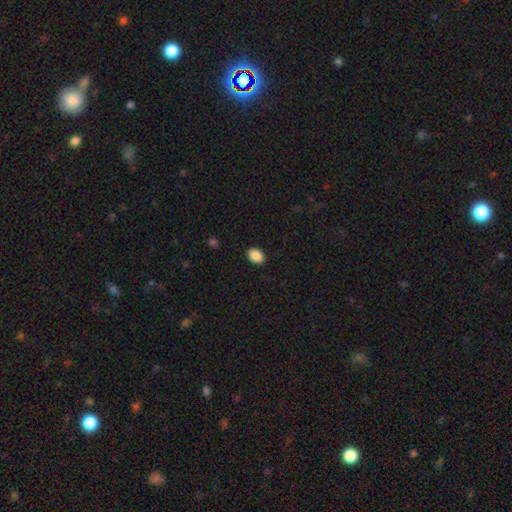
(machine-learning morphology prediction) Q: Smooth or featured?
A: smooth (90%); runner-up: star or artifact (8%)
Q: How rounded?
A: in between (82%); runner-up: round (17%)
Q: Merging?
A: none (90%); runner-up: minor disturbance (7%)